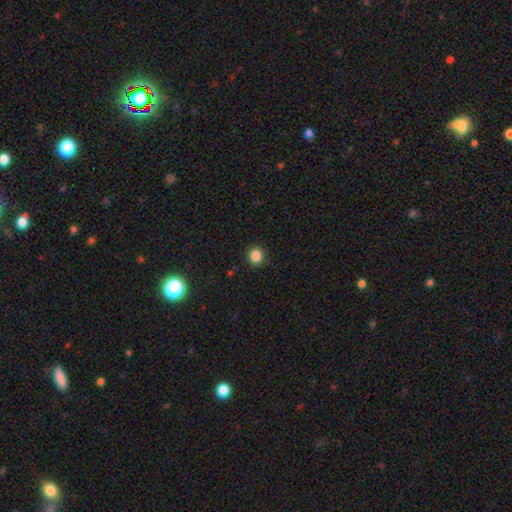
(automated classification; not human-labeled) Smooth or featured? smooth (85%)
How rounded? round (83%)
Merging? none (90%)